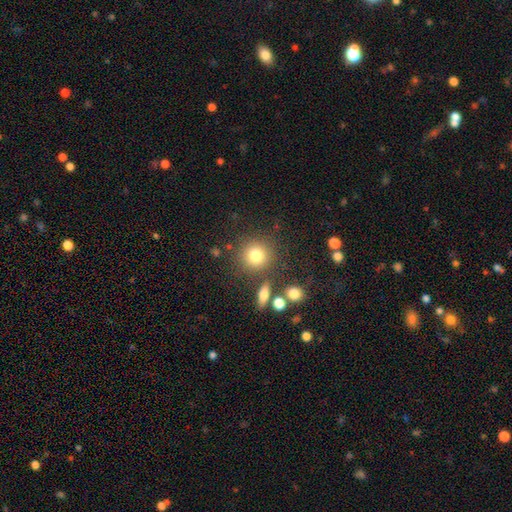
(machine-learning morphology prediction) A smooth galaxy with no disk features (79%) that is round (90%).

Vote fractions:
- Smooth or featured? smooth: 79% / star or artifact: 12% / featured or disk: 9%
- How rounded? round: 90% / in between: 9% / cigar-shaped: 1%
- Merging? none: 79% / minor disturbance: 9% / merger: 7% / major disturbance: 4%